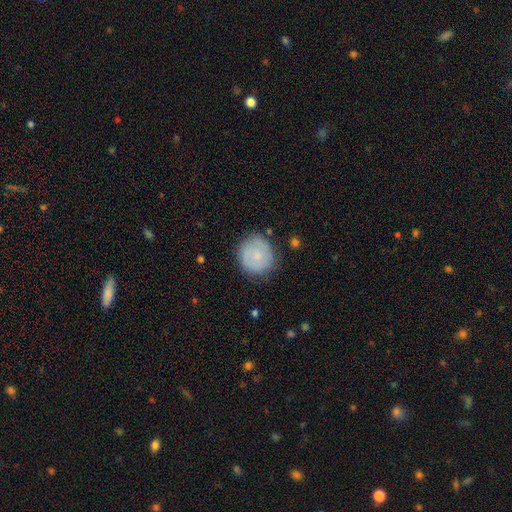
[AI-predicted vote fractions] Q: Smooth or featured?
A: smooth (66%); runner-up: featured or disk (27%)
Q: How rounded?
A: round (88%); runner-up: in between (11%)
Q: Merging?
A: none (76%); runner-up: minor disturbance (17%)